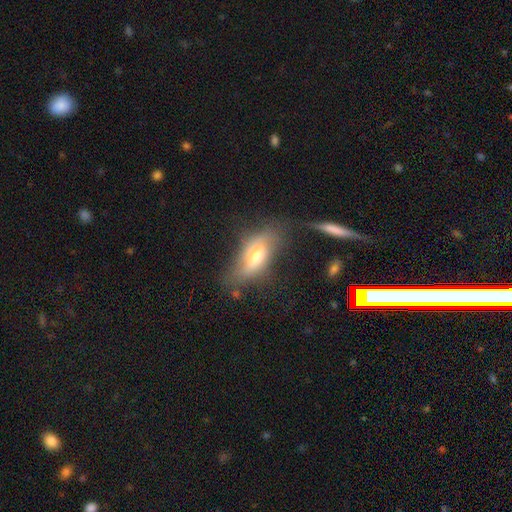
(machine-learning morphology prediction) Smooth or featured? smooth (48%)
Merging? none (52%)